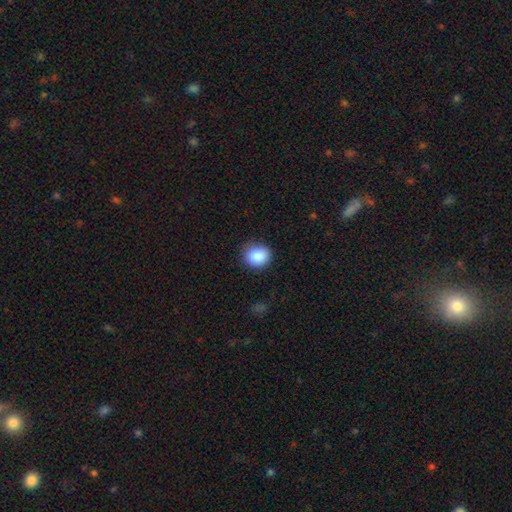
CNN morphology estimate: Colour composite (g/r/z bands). It shows a smooth galaxy with no disk features (88%) that is round (76%). Merging: none (83%).